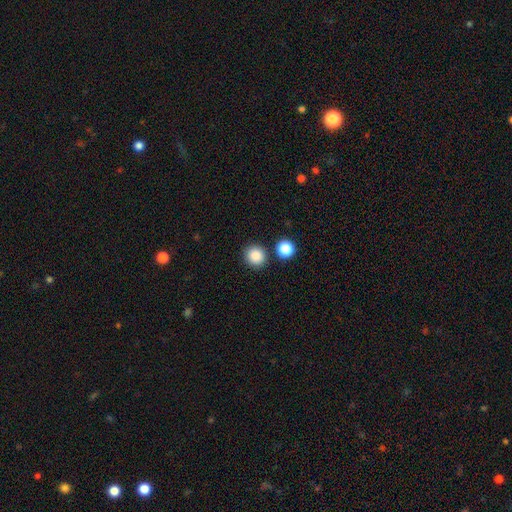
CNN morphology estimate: Smooth or featured? Predicted: smooth (p=0.87). How rounded? Predicted: round (p=0.91). Merging? Predicted: none (p=0.84).